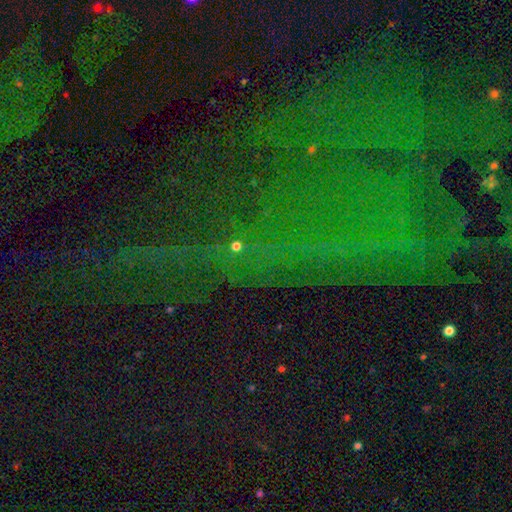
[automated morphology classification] This appears to be a star or artifact, not a galaxy (79%).